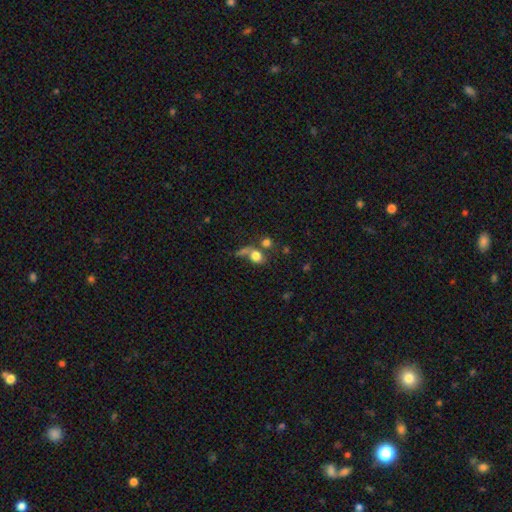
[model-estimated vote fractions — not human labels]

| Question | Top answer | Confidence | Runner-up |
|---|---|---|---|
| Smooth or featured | smooth | 74% | featured or disk (14%) |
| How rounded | round | 58% | in between (40%) |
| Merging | none | 35% | merger (34%) |